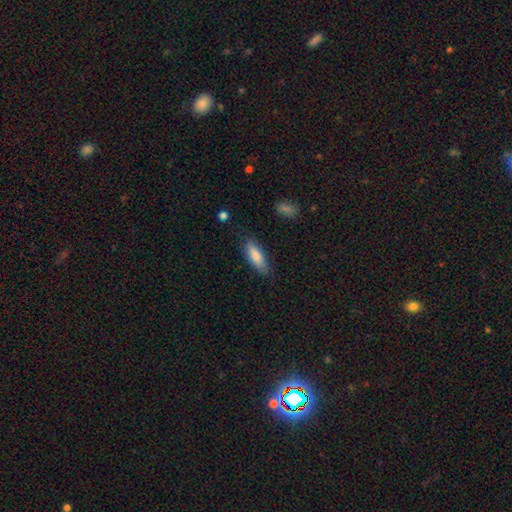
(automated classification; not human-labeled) This is clearly a smooth galaxy (85%). How rounded: possibly in between (59%). Merging: likely none (79%).